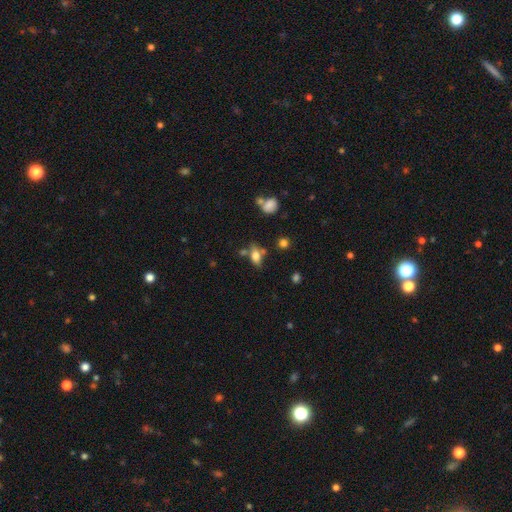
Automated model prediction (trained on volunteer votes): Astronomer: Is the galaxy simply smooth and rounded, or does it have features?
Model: smooth — 72%.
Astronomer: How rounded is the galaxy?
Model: in between — 82%.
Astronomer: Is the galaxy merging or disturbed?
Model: none — 58%.